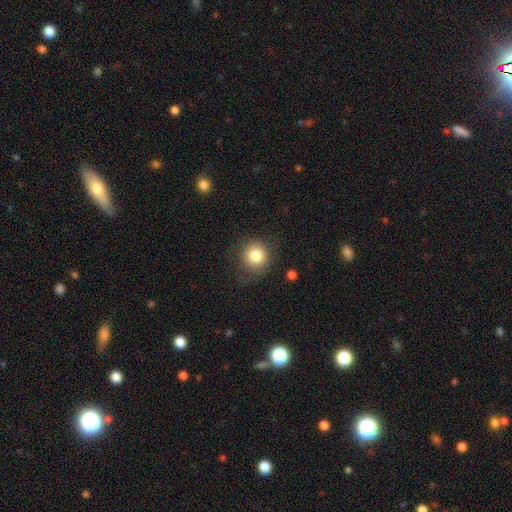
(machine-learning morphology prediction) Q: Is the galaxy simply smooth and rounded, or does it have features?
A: smooth — 81%.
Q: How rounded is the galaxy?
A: round — 90%.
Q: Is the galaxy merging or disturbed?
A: none — 80%.